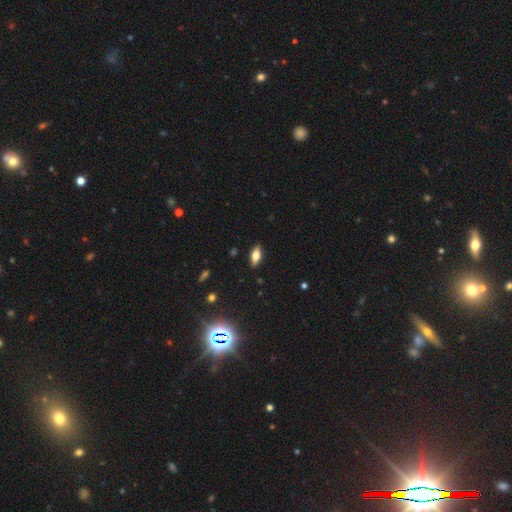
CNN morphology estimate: Smooth or featured: smooth — 59% (featured or disk — 31%)
How rounded: in between — 79% (cigar-shaped — 17%)
Merging: none — 88% (minor disturbance — 9%)